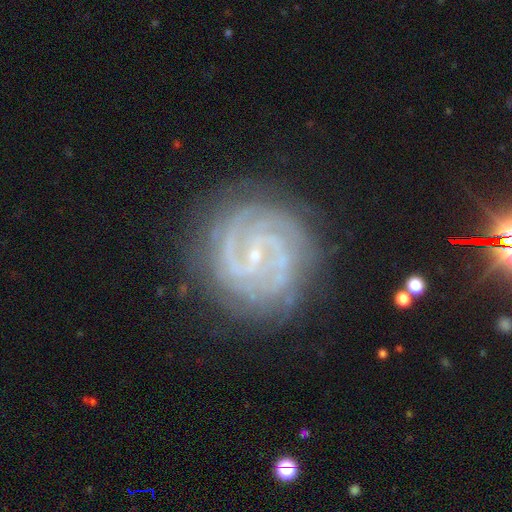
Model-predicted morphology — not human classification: This is clearly a featured or disk galaxy (90%). It is clearly not viewed edge-on (98%). Bar: marginally weak (41%). Spiral arm pattern: clearly yes (98%). Spiral arm count: possibly 2 (46%). Spiral winding: likely tight (67%). Central bulge: clearly small (87%). Merging: clearly none (81%).